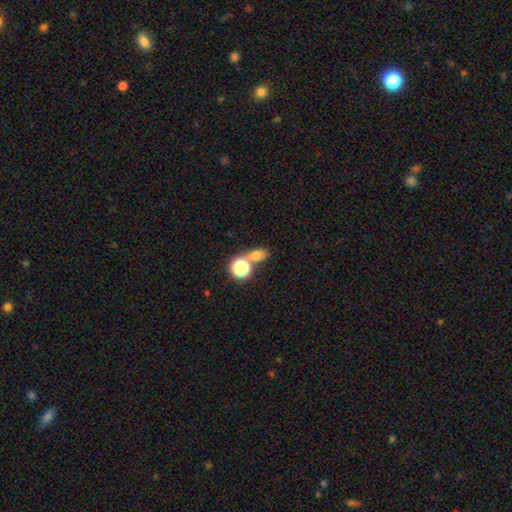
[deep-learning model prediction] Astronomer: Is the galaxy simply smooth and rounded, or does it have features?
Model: smooth — 69%.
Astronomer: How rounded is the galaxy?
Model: in between — 56% (runner-up: round, 41%).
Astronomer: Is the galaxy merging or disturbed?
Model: none — 46% (runner-up: merger, 39%).